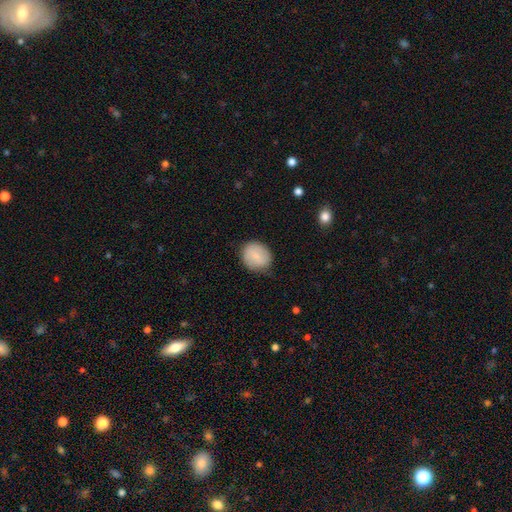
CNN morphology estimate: Smooth or featured: smooth — 78% (featured or disk — 15%)
How rounded: round — 76% (in between — 23%)
Merging: none — 76% (minor disturbance — 19%)